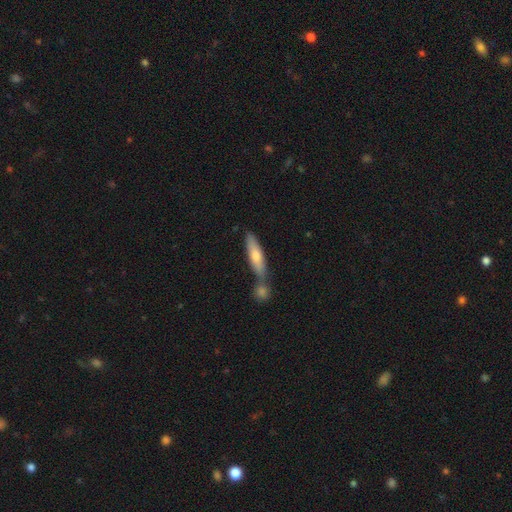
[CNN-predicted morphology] smooth 58%, featured or disk 35%, star or artifact 7%. Down the decision tree: how rounded — cigar-shaped (78%); merging — none (59%).